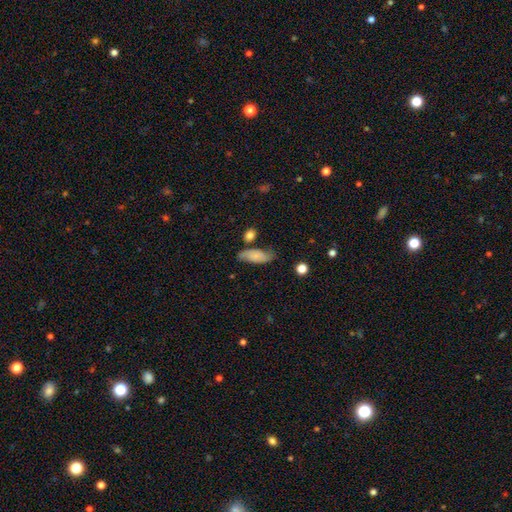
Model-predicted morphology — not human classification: A smooth galaxy with no disk features (65%) that is in between round and cigar-shaped (78%). Merging: none (61%).